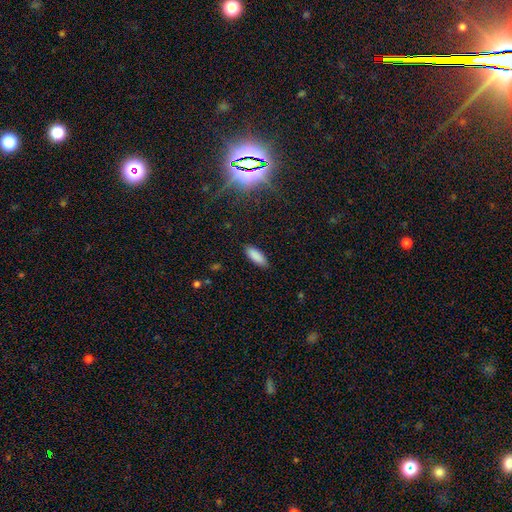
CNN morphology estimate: A smooth galaxy with no disk features (88%) that is in between round and cigar-shaped (72%). Merging: none (87%).